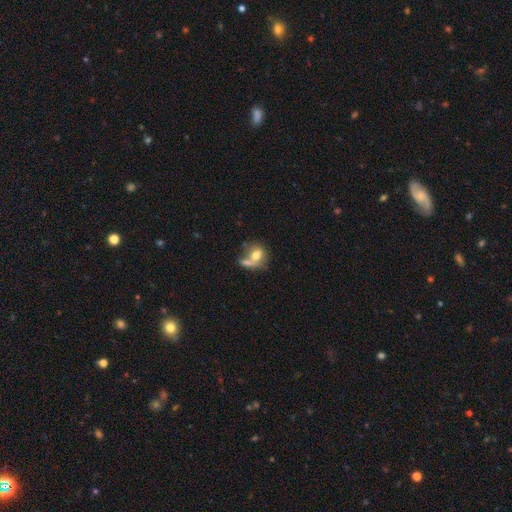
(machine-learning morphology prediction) smooth-or-featured: smooth: 68% | featured or disk: 23% | star or artifact: 9%
  how-rounded: round: 53% | in between: 45% | cigar-shaped: 2%
  merging: merger: 46% | none: 28% | minor disturbance: 14% | major disturbance: 13%